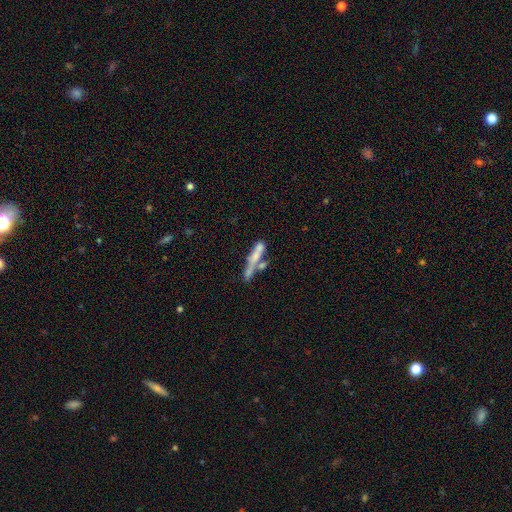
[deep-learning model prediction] The model was most divided on "smooth or featured": featured or disk: 45%, smooth: 44%, star or artifact: 10%. Remaining: merging — merger (41%).